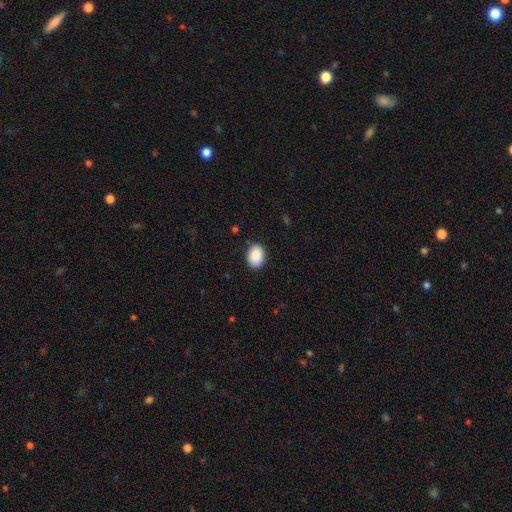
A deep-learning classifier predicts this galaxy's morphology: smooth_or_featured: smooth (p=0.90) [alt: star or artifact p=0.07]
how_rounded: in between (p=0.73) [alt: round p=0.26]
merging: none (p=0.87) [alt: minor disturbance p=0.10]